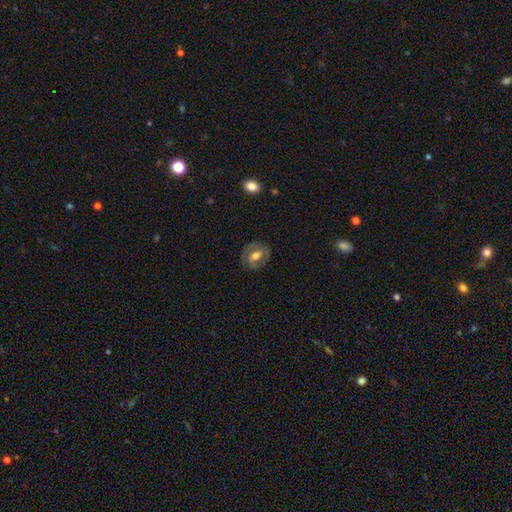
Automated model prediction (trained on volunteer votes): Smooth or featured: featured or disk — 51% (smooth — 42%)
Edge-on disk: no — 93% (yes — 7%)
Merging: none — 79% (minor disturbance — 14%)